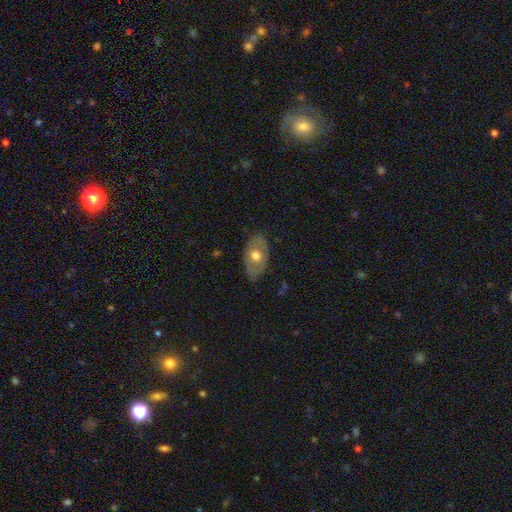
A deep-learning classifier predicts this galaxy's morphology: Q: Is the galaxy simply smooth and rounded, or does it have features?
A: smooth — 54%.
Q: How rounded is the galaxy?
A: in between — 88%.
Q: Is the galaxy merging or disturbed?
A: none — 75%.